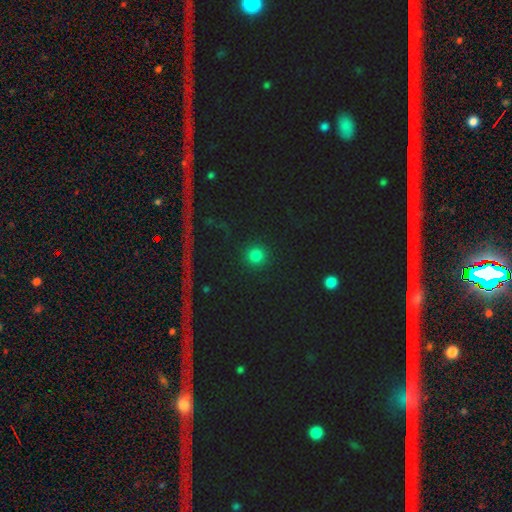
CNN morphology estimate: A smooth galaxy with no disk features (77%) that is round (95%). Merging: none (91%).